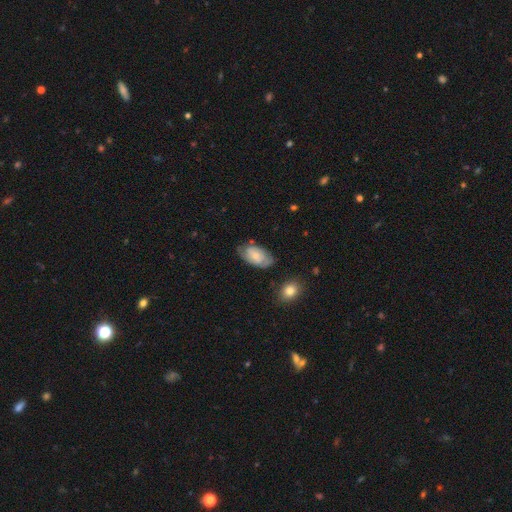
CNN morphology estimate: smooth_or_featured: featured or disk (p=0.55) [alt: smooth p=0.38]
disk_edge_on: no (p=0.95) [alt: yes p=0.05]
bar: no (p=0.69) [alt: weak p=0.26]
has_spiral_arms: yes (p=0.81) [alt: no p=0.19]
bulge_size: small (p=0.63) [alt: moderate p=0.30]
merging: none (p=0.65) [alt: minor disturbance p=0.25]